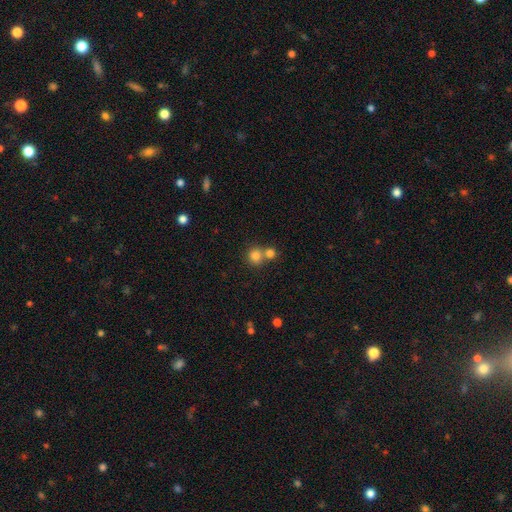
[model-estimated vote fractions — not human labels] A smooth galaxy with no disk features (79%) that is round (88%). Merging: none (49%).